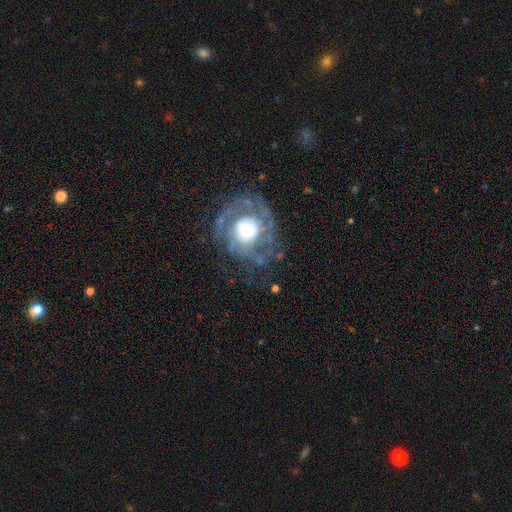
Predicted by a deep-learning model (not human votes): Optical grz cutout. It shows a featured or disk galaxy (77%) with no bar (79%), 2 (36%) tight (59%) spiral arms (82%) and a large central bulge (51%). Merging: none (68%).